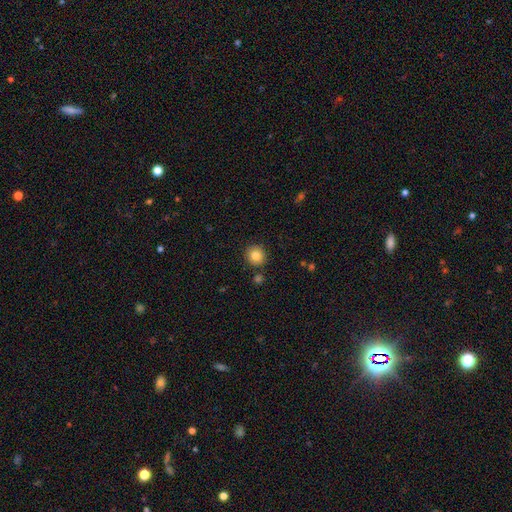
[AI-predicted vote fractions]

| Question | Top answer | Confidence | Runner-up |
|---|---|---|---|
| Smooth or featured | smooth | 84% | star or artifact (10%) |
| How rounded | round | 90% | in between (9%) |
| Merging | none | 87% | minor disturbance (7%) |